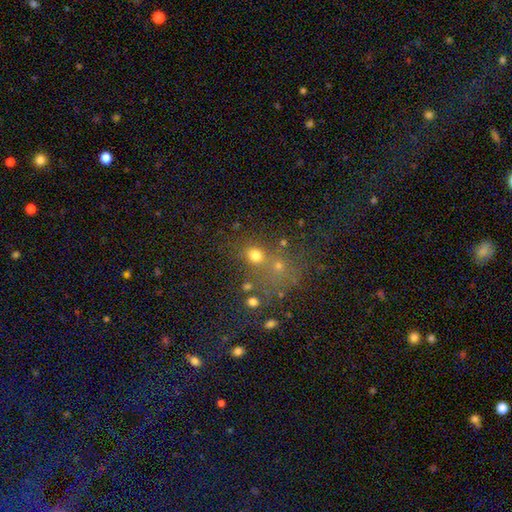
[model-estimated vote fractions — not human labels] smooth 69%, star or artifact 20%, featured or disk 10%. Down the decision tree: how rounded — round (74%); merging — none (57%).